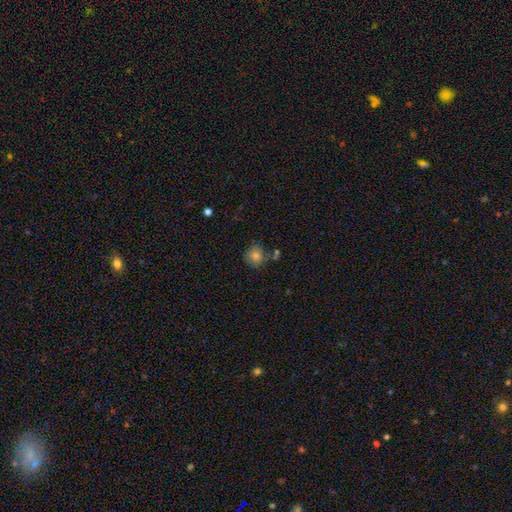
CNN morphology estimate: Q: Smooth or featured?
A: smooth (77%); runner-up: featured or disk (12%)
Q: How rounded?
A: round (84%); runner-up: in between (15%)
Q: Merging?
A: none (72%); runner-up: minor disturbance (17%)